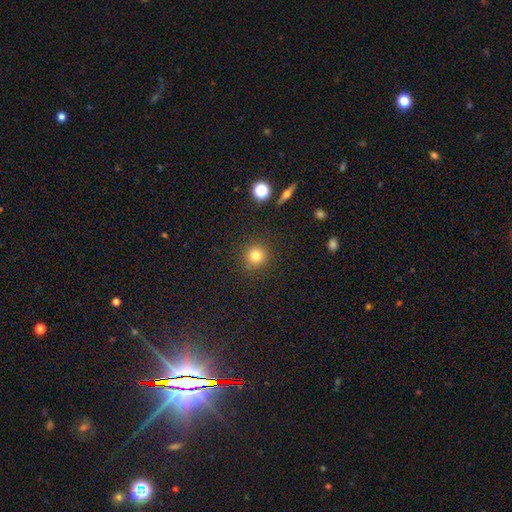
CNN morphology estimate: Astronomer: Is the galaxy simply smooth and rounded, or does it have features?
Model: smooth — 80%.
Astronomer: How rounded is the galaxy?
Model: round — 94%.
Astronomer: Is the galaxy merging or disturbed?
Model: none — 89%.